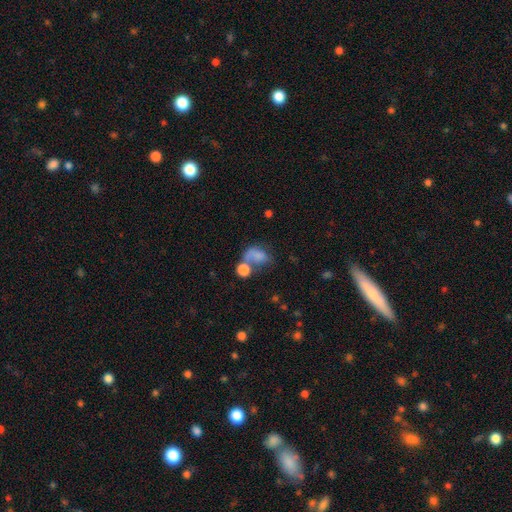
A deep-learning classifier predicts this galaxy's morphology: Smooth or featured: smooth — 68% (featured or disk — 19%)
How rounded: in between — 71% (round — 27%)
Merging: merger — 39% (major disturbance — 26%)